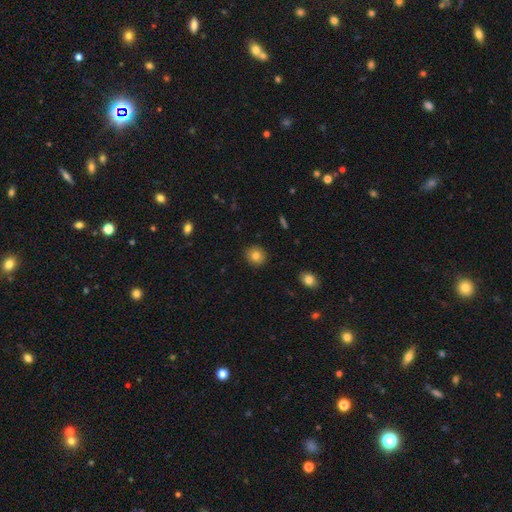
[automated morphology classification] Smooth or featured: smooth — 81% (star or artifact — 10%)
How rounded: round — 89% (in between — 10%)
Merging: none — 91% (minor disturbance — 7%)